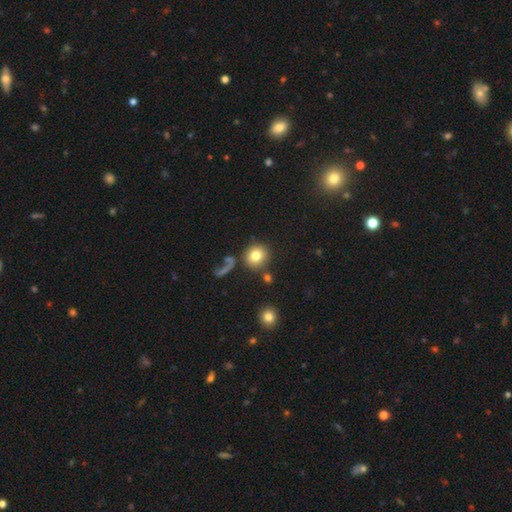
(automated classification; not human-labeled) Smooth or featured: smooth — 80% (star or artifact — 10%)
How rounded: round — 90% (in between — 8%)
Merging: none — 76% (minor disturbance — 9%)